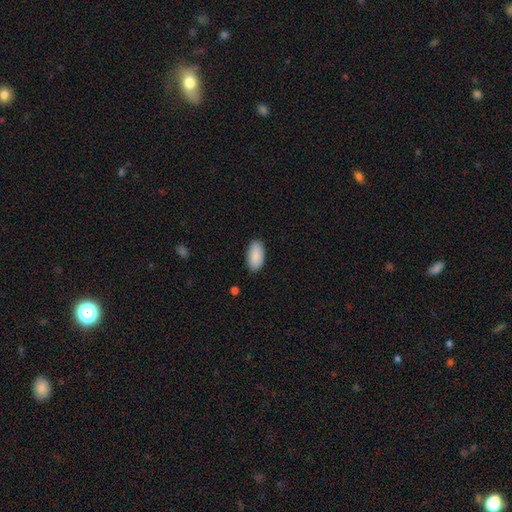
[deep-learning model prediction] smooth_or_featured: smooth (p=0.89) [alt: star or artifact p=0.06]
how_rounded: in between (p=0.95) [alt: cigar-shaped p=0.03]
merging: none (p=0.86) [alt: minor disturbance p=0.11]